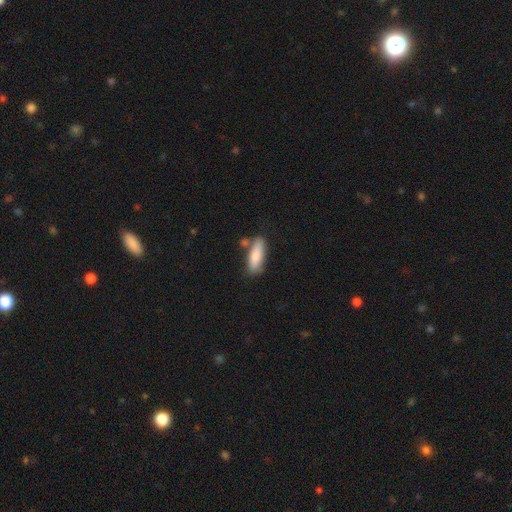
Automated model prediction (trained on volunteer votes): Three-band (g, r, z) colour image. It shows a smooth galaxy with no disk features (82%) that is in between round and cigar-shaped (53%). Merging: none (68%).